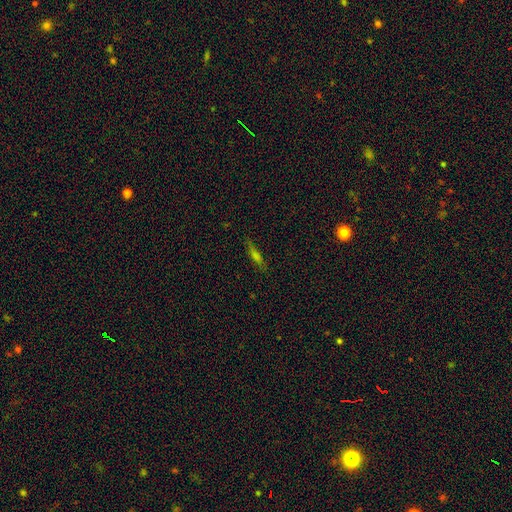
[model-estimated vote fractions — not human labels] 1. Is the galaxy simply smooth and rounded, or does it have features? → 51% smooth, 31% featured or disk, 19% star or artifact.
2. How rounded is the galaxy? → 80% cigar-shaped, 17% in between, 3% round.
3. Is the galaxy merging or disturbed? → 80% none, 14% minor disturbance, 4% major disturbance, 2% merger.